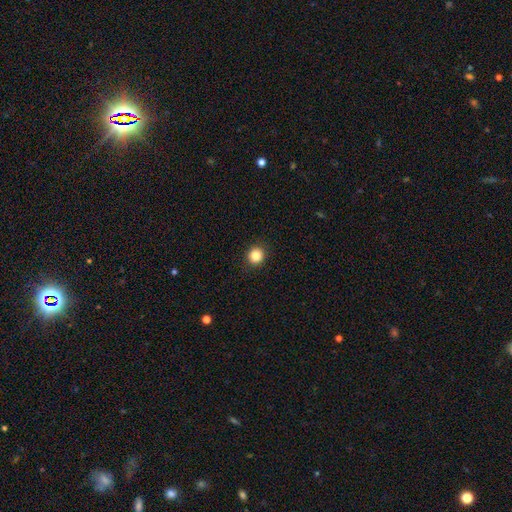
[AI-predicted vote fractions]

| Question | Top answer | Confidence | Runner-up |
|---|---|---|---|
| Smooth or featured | smooth | 85% | star or artifact (11%) |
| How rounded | round | 90% | in between (9%) |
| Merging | none | 92% | minor disturbance (5%) |